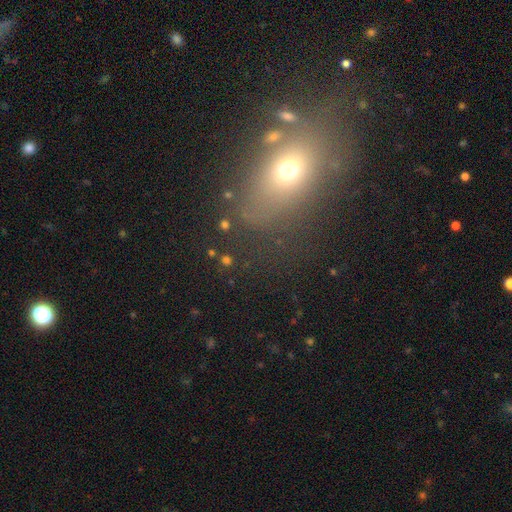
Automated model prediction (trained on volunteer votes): This appears to be a smooth galaxy with no disk features (56%) that is in between round and cigar-shaped (67%). Merging: none (73%).